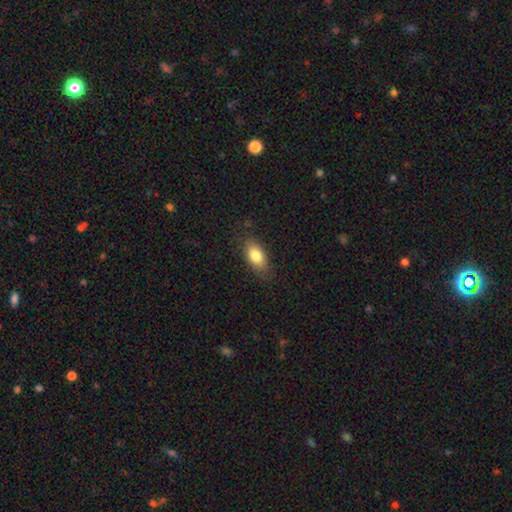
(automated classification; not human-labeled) Morphology: type=smooth (81%); roundness=in between (88%); merging=none (81%).